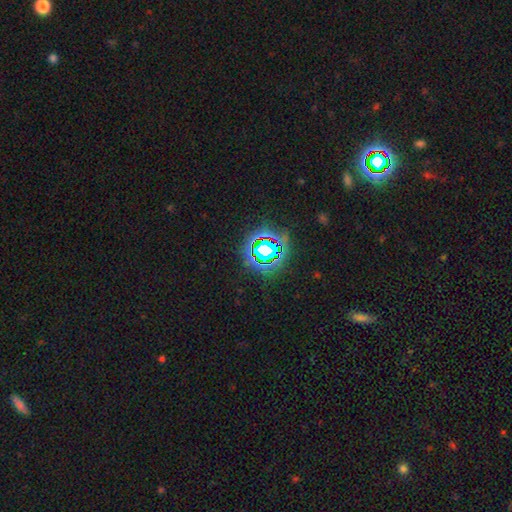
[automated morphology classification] smooth_or_featured: star or artifact (p=0.75) [alt: smooth p=0.15]